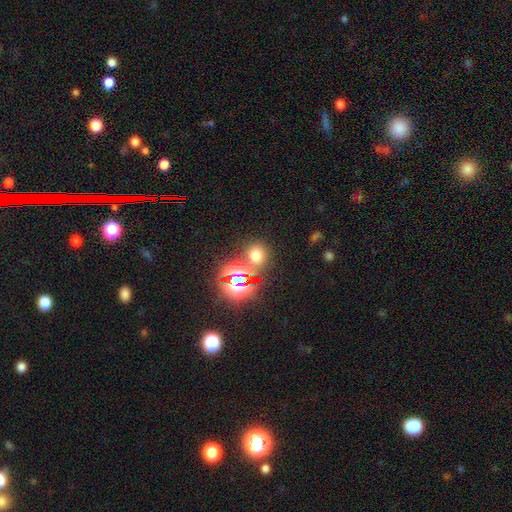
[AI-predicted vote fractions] Smooth or featured? Predicted: smooth (p=0.60). How rounded? Predicted: round (p=0.76). Merging? Predicted: none (p=0.75).